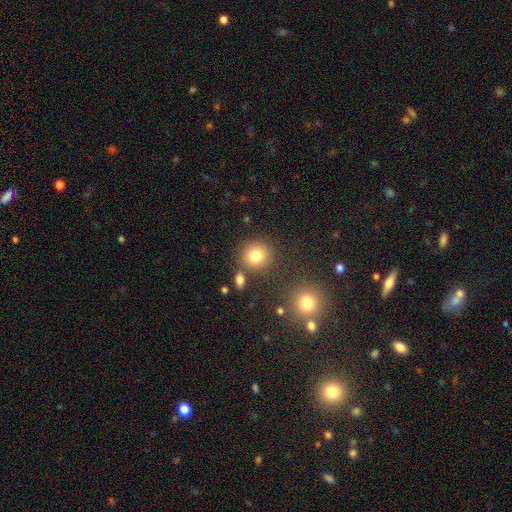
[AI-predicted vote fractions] smooth 79%, star or artifact 12%, featured or disk 8%. Down the decision tree: how rounded — round (88%); merging — none (80%).